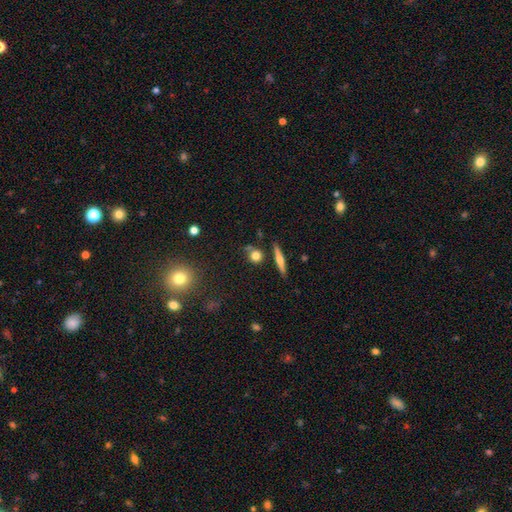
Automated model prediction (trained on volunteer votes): Smooth or featured? smooth (72%)
How rounded? round (81%)
Merging? none (73%)